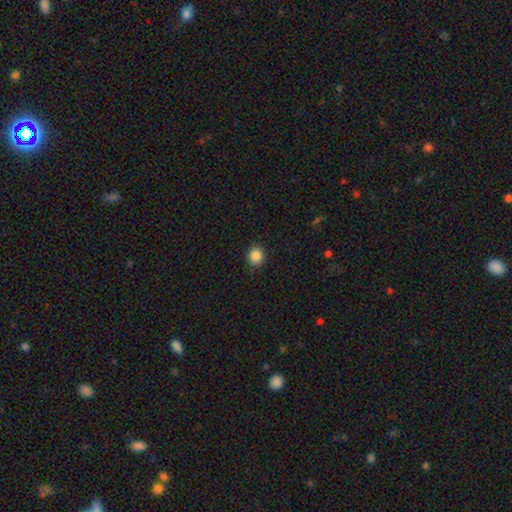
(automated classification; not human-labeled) Smooth or featured: smooth — 87% (star or artifact — 10%)
How rounded: round — 83% (in between — 16%)
Merging: none — 91% (minor disturbance — 6%)